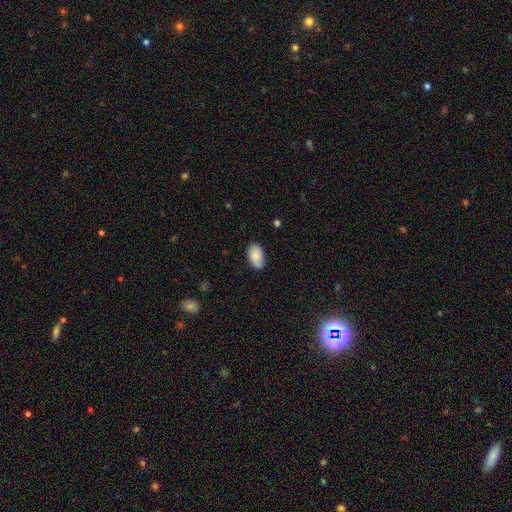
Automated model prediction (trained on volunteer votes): Morphology: type=smooth (81%); roundness=in between (93%); merging=none (77%).